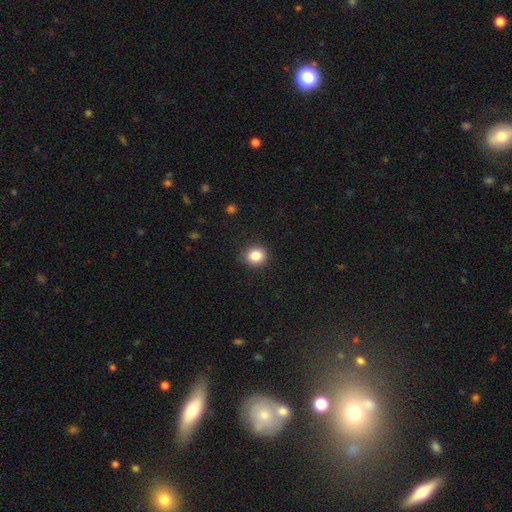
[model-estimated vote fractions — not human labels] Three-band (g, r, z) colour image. It shows a smooth galaxy with no disk features (85%) that is round (76%). Merging: none (87%).